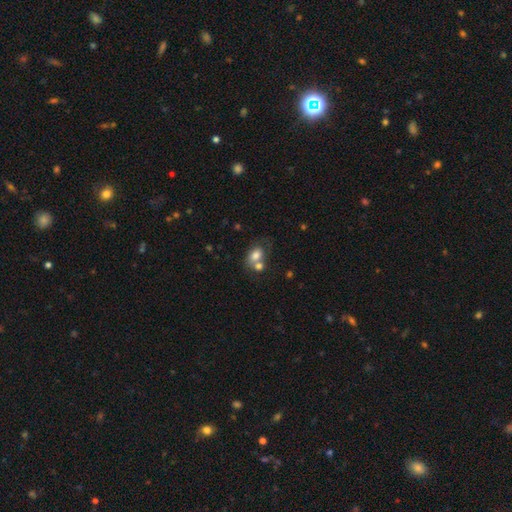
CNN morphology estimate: type=smooth (76%); roundness=in between (72%); merging=merger (47%).